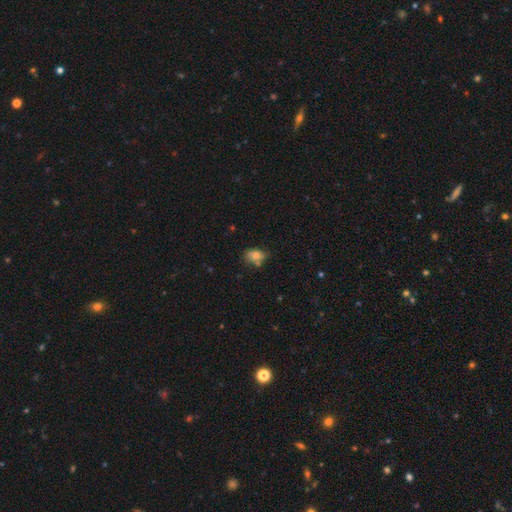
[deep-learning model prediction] Smooth or featured: smooth — 72% (featured or disk — 16%)
How rounded: in between — 71% (round — 27%)
Merging: none — 55% (minor disturbance — 25%)